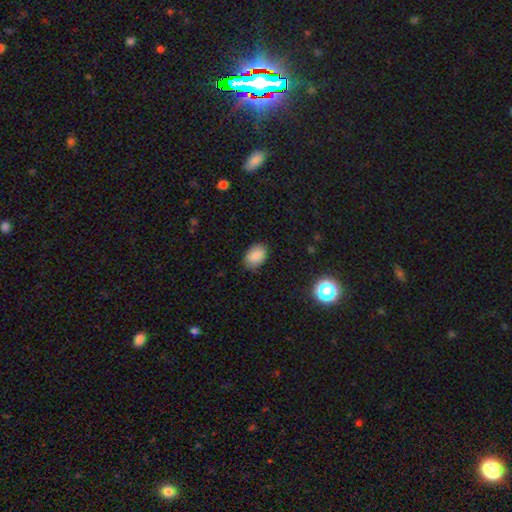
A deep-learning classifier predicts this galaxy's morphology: smooth 86%, star or artifact 9%, featured or disk 5%. Down the decision tree: how rounded — in between (80%); merging — none (80%).